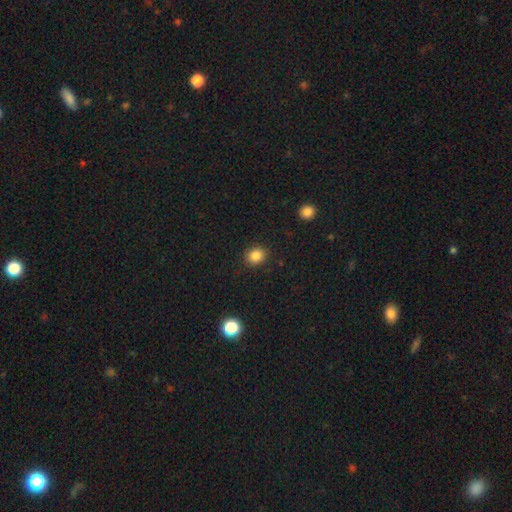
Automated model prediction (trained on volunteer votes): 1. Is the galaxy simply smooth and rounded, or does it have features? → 85% smooth, 11% star or artifact, 4% featured or disk.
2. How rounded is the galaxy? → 66% round, 33% in between, 1% cigar-shaped.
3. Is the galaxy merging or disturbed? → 89% none, 8% minor disturbance, 2% major disturbance, 1% merger.